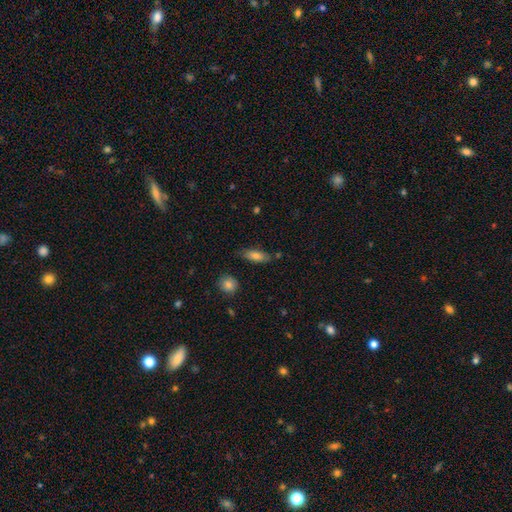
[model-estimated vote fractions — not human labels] Morphology: type=smooth (76%); roundness=in between (74%); merging=none (72%).